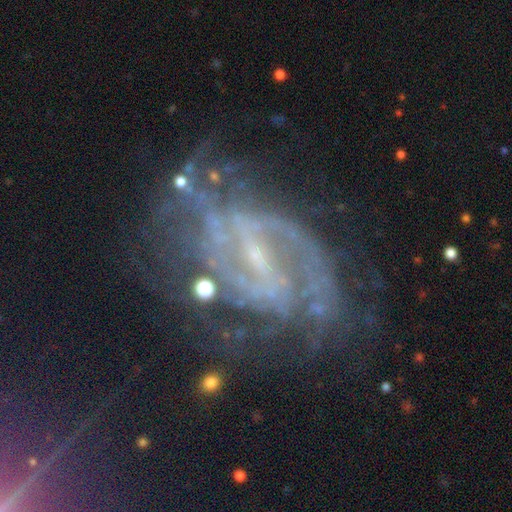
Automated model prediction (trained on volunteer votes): A featured or disk galaxy (84%) with a weak bar (45%), 2 (61%) medium (47%) spiral arms (92%) and a small central bulge (70%). Merging: none (56%).